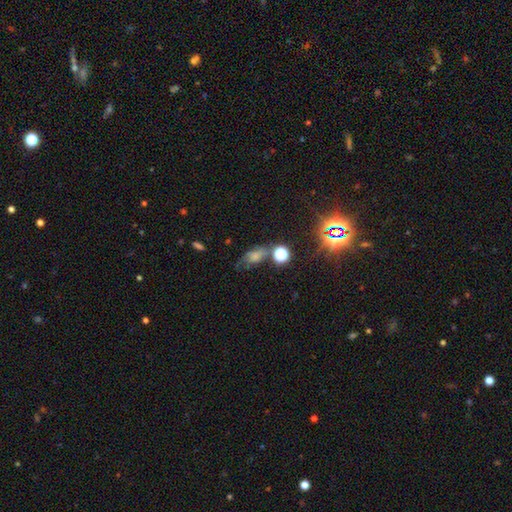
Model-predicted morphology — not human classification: Overall: smooth (53%; star or artifact 26%). How rounded: in between (72%). Merging: none (44%; minor disturbance 26%).